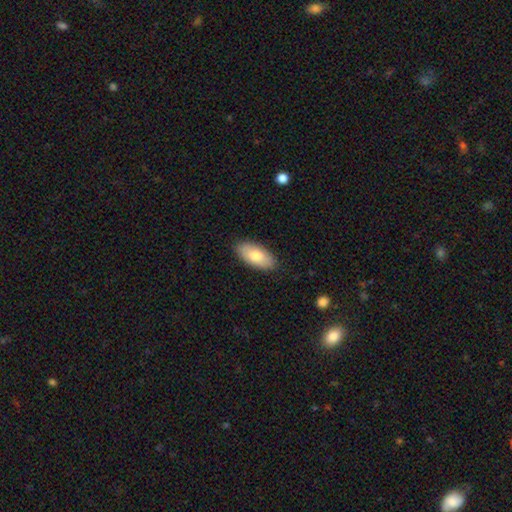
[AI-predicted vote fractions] Smooth or featured: smooth — 79% (featured or disk — 15%)
How rounded: in between — 92% (cigar-shaped — 6%)
Merging: none — 87% (minor disturbance — 10%)